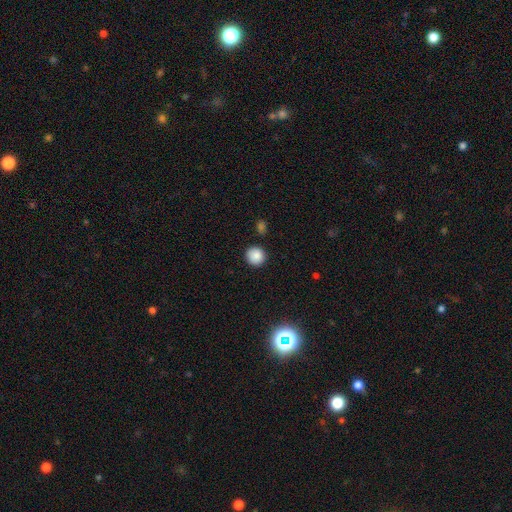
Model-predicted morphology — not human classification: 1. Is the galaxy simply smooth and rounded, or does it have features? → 86% smooth, 10% star or artifact, 4% featured or disk.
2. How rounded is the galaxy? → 93% round, 6% in between, 1% cigar-shaped.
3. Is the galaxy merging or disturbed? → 88% none, 7% minor disturbance, 2% merger, 2% major disturbance.